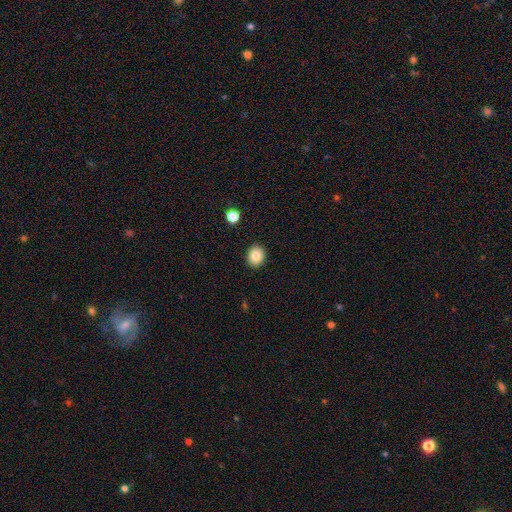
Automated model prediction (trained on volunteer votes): Q: Smooth or featured?
A: smooth (84%); runner-up: star or artifact (9%)
Q: How rounded?
A: round (61%); runner-up: in between (38%)
Q: Merging?
A: none (91%); runner-up: minor disturbance (6%)